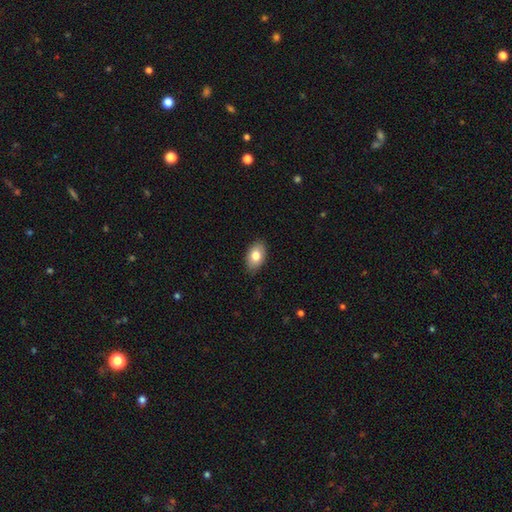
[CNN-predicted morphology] This is likely a smooth galaxy (79%). How rounded: clearly in between (90%). Merging: clearly none (85%).